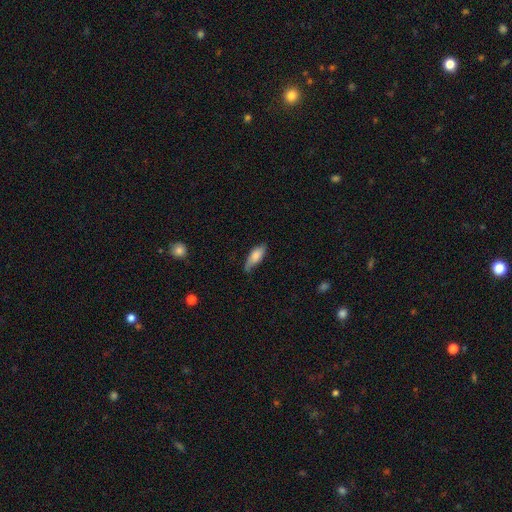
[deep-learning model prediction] This appears to be a smooth galaxy with no disk features (76%) that is in between round and cigar-shaped (72%). Merging: none (58%).